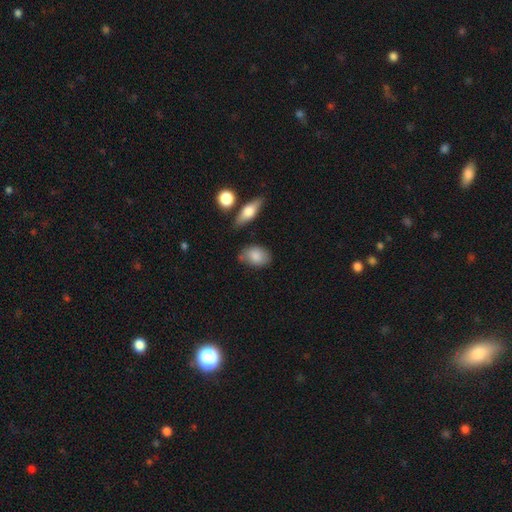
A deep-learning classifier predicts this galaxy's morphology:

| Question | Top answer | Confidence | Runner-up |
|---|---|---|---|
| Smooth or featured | smooth | 84% | featured or disk (10%) |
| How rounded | in between | 84% | round (14%) |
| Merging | none | 67% | minor disturbance (23%) |